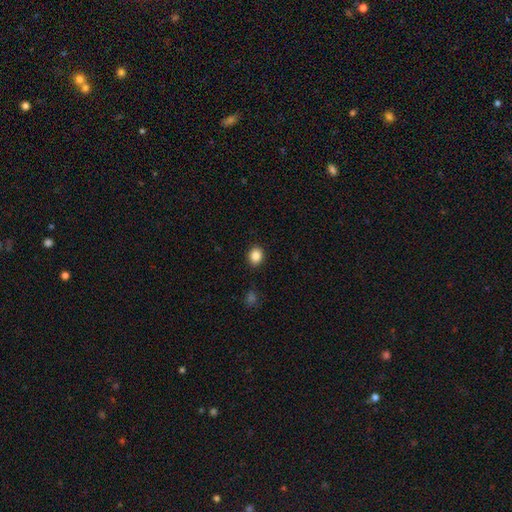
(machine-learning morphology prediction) Smooth or featured?
  - smooth: 87% *
  - star or artifact: 10%
  - featured or disk: 4%
How rounded?
  - round: 60% *
  - in between: 39%
  - cigar-shaped: 1%
Merging?
  - none: 89% *
  - minor disturbance: 7%
  - major disturbance: 2%
  - merger: 1%